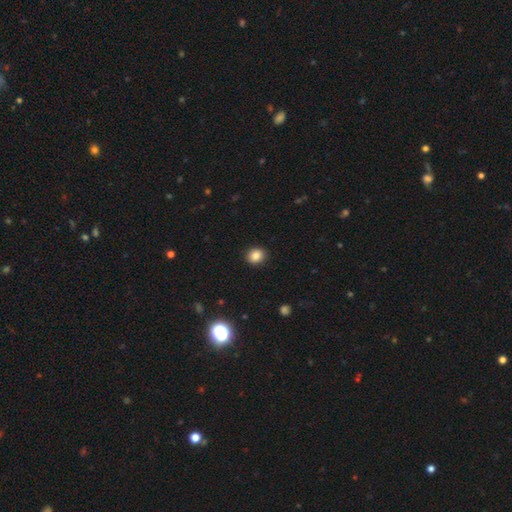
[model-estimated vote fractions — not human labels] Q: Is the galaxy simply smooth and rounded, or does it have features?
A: smooth — 84%.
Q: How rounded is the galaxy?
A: round — 78%.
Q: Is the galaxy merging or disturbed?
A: none — 91%.